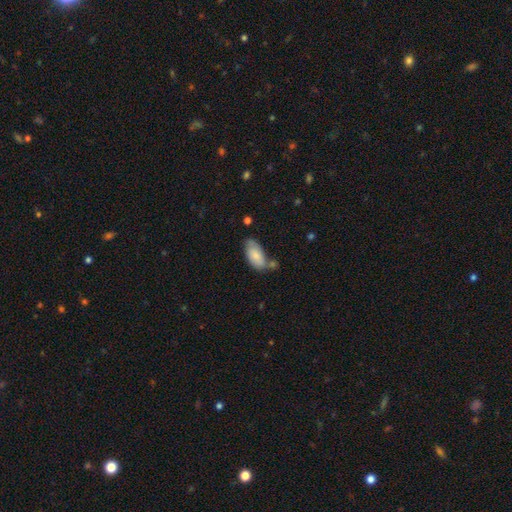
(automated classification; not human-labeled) Smooth or featured? Predicted: smooth (p=0.79). How rounded? Predicted: in between (p=0.92). Merging? Predicted: none (p=0.51).